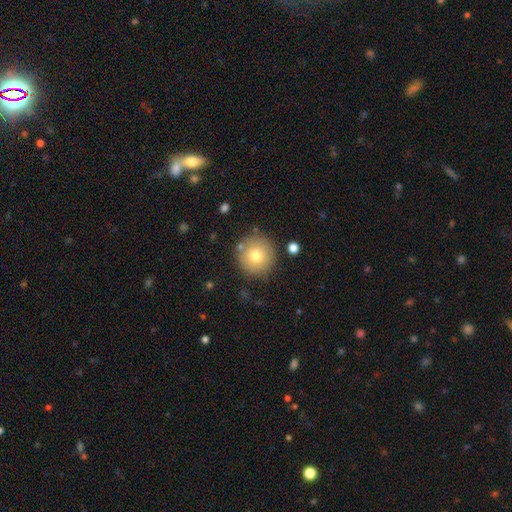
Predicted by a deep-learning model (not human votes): smooth 76%, featured or disk 14%, star or artifact 10%. Down the decision tree: how rounded — round (96%); merging — none (85%).